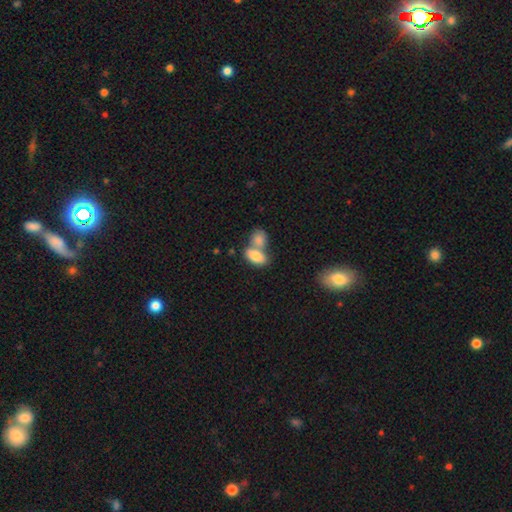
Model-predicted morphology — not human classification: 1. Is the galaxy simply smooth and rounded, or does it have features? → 83% smooth, 11% featured or disk, 7% star or artifact.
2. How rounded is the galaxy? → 90% in between, 6% round, 4% cigar-shaped.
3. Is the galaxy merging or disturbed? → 57% merger, 31% none, 8% minor disturbance, 4% major disturbance.